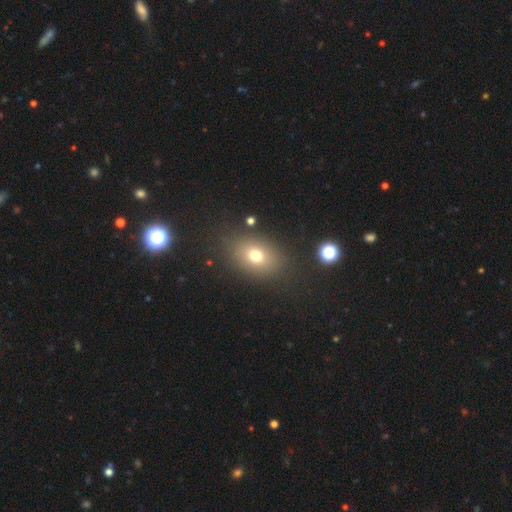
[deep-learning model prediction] A smooth galaxy with no disk features (73%) that is in between round and cigar-shaped (65%).

Vote fractions:
- Smooth or featured? smooth: 73% / star or artifact: 15% / featured or disk: 12%
- How rounded? in between: 65% / round: 33% / cigar-shaped: 1%
- Merging? none: 82% / minor disturbance: 10% / major disturbance: 5% / merger: 3%